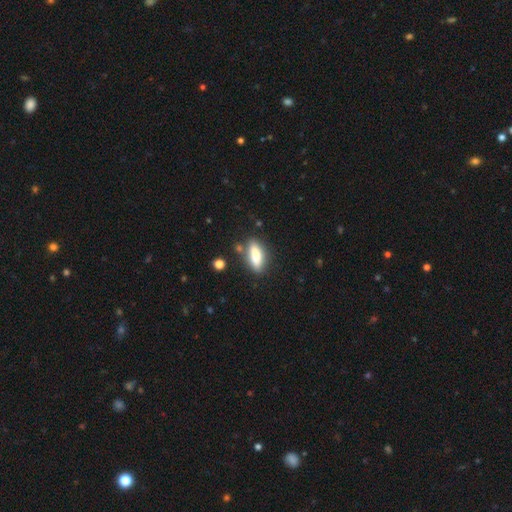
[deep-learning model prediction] Q: Smooth or featured?
A: smooth (79%); runner-up: featured or disk (14%)
Q: How rounded?
A: in between (58%); runner-up: cigar-shaped (39%)
Q: Merging?
A: none (79%); runner-up: minor disturbance (13%)